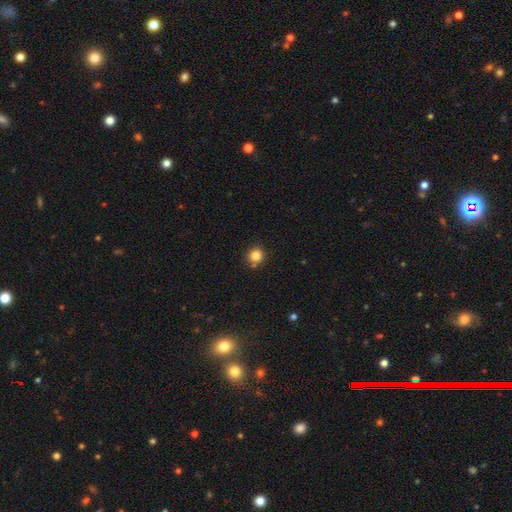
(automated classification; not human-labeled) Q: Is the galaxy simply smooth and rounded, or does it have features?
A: smooth — 84%.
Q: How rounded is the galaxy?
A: round — 93%.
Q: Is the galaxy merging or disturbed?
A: none — 82%.